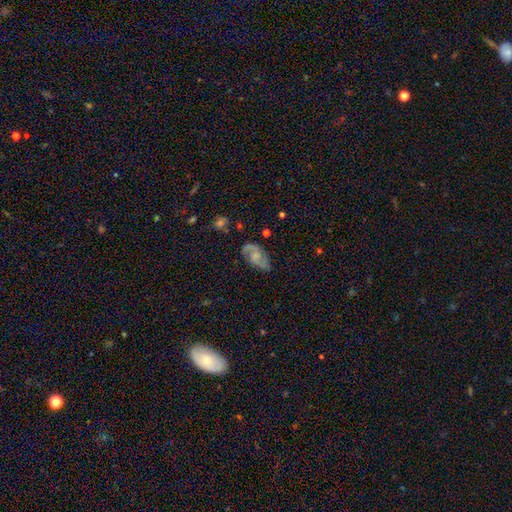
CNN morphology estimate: Smooth or featured? Predicted: featured or disk (p=0.73). Edge-on disk? Predicted: no (p=0.96). Bar? Predicted: no (p=0.54). Spiral arms? Predicted: yes (p=0.92). Spiral winding? Predicted: medium (p=0.50). Spiral arm count? Predicted: 2 (p=0.84). Bulge size? Predicted: small (p=0.37). Merging? Predicted: none (p=0.71).